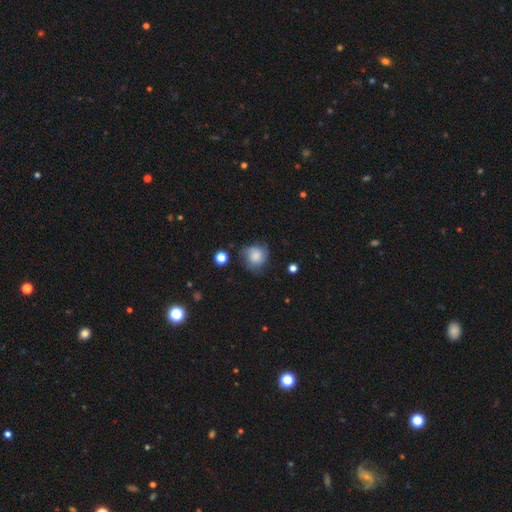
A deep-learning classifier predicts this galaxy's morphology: This is likely a smooth galaxy (61%). How rounded: clearly round (80%). Merging: possibly none (57%).